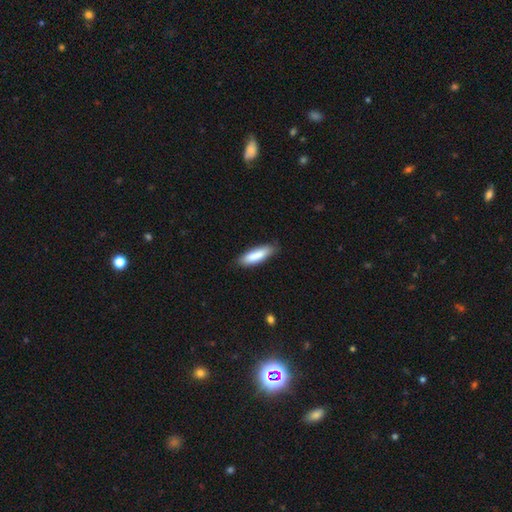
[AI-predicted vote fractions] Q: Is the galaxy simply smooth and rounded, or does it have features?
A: smooth — 85%.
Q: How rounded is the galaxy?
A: cigar-shaped — 54%.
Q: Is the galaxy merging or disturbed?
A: none — 80%.